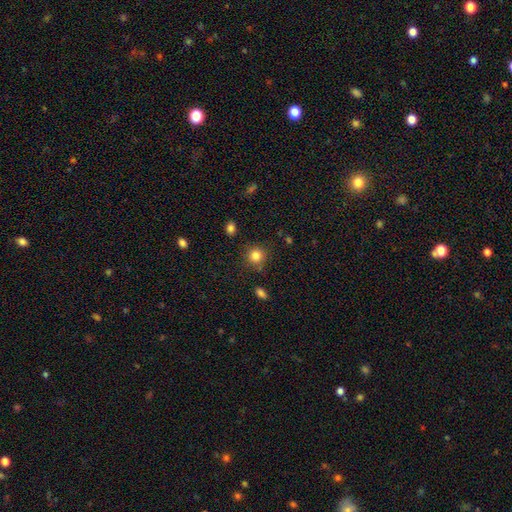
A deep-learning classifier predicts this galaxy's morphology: A smooth galaxy with no disk features (84%) that is round (89%). Merging: none (81%).